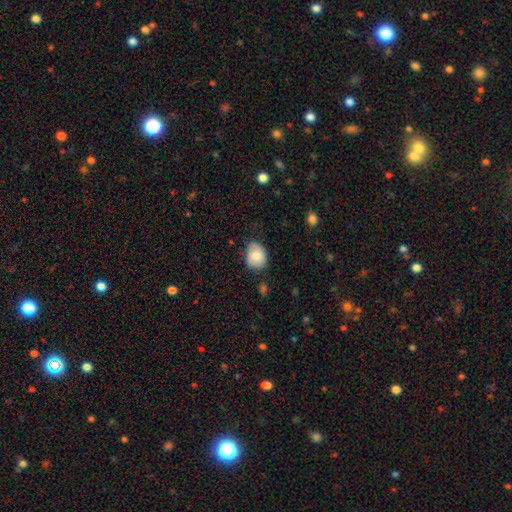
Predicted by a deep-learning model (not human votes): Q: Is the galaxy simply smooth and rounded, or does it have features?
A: smooth — 80%.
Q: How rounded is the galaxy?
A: in between — 58%.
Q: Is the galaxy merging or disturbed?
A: none — 69%.